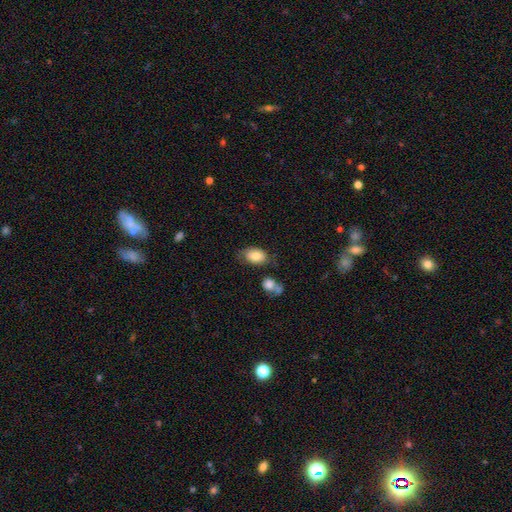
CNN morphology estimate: Smooth or featured?
  - smooth: 80% *
  - featured or disk: 12%
  - star or artifact: 7%
How rounded?
  - in between: 86% *
  - round: 13%
  - cigar-shaped: 1%
Merging?
  - none: 67% *
  - minor disturbance: 19%
  - merger: 8%
  - major disturbance: 6%